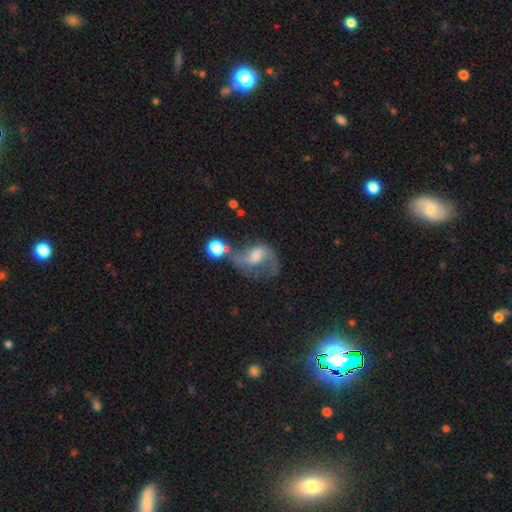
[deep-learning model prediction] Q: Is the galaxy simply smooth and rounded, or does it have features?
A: featured or disk — 60%.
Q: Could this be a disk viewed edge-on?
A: no — 96%.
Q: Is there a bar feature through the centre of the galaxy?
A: weak — 46%.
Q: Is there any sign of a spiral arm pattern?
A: yes — 77%.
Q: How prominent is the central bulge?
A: moderate — 43%.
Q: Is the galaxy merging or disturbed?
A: none — 32%.